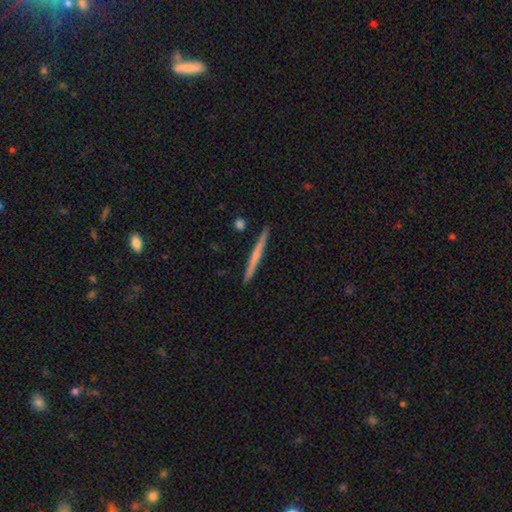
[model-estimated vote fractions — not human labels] smooth-or-featured: featured or disk: 49% | smooth: 45% | star or artifact: 5%
  merging: none: 92% | minor disturbance: 6% | merger: 1% | major disturbance: 1%